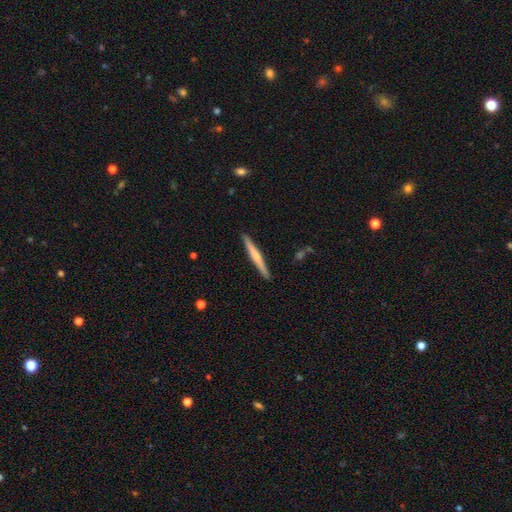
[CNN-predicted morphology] The model was most divided on "smooth or featured": featured or disk: 51%, smooth: 44%, star or artifact: 5%. More confident: edge-on disk — yes (97%); merging — none (91%).